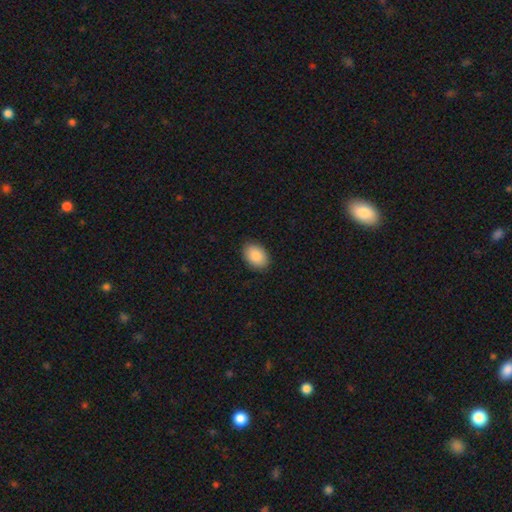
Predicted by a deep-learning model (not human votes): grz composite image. It shows a smooth galaxy with no disk features (89%) that is in between round and cigar-shaped (86%). Merging: none (89%).